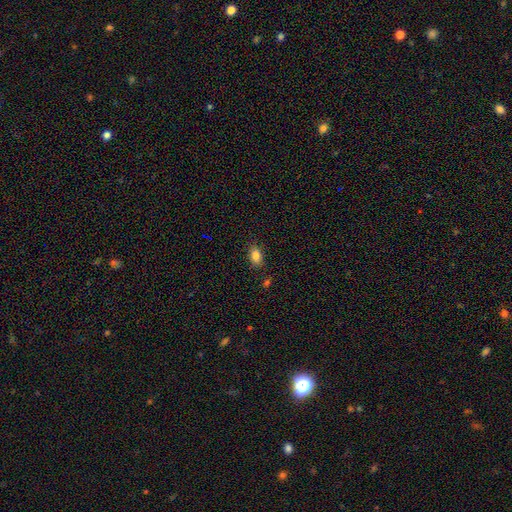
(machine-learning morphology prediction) type=smooth (83%); roundness=in between (84%); merging=none (84%).